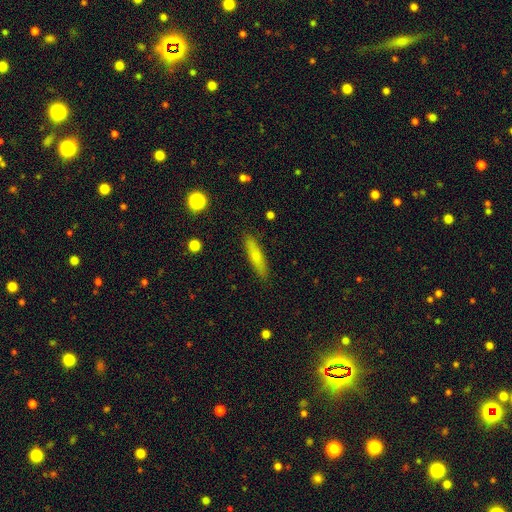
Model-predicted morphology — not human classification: smooth 72%, featured or disk 22%, star or artifact 7%. Down the decision tree: how rounded — cigar-shaped (82%); merging — none (88%).